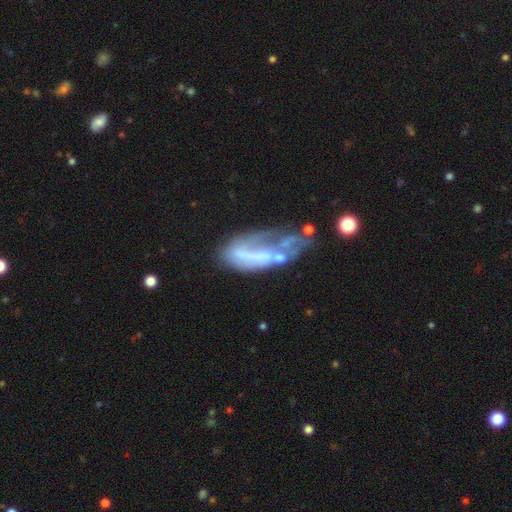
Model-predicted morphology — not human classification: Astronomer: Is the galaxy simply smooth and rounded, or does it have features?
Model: featured or disk — 59%.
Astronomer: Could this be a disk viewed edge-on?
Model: no — 89%.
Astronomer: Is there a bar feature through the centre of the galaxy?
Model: no — 59%.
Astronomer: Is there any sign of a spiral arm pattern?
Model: no — 70%.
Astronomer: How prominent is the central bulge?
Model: none — 63%.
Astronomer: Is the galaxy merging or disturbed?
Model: major disturbance — 38% (runner-up: none, 24%).